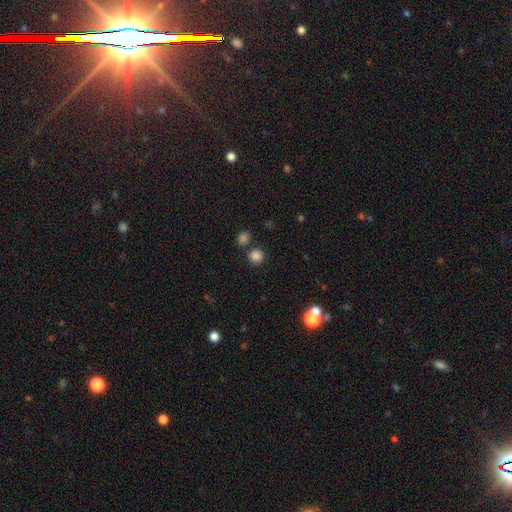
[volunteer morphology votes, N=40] A smooth galaxy with no disk features (95%) that is round (92%). Merging: none (87%).